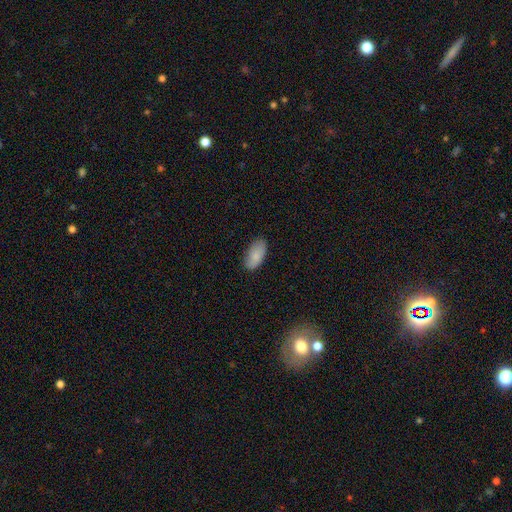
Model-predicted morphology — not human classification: Q: Smooth or featured?
A: smooth (85%); runner-up: featured or disk (8%)
Q: How rounded?
A: in between (94%); runner-up: cigar-shaped (4%)
Q: Merging?
A: none (82%); runner-up: minor disturbance (15%)